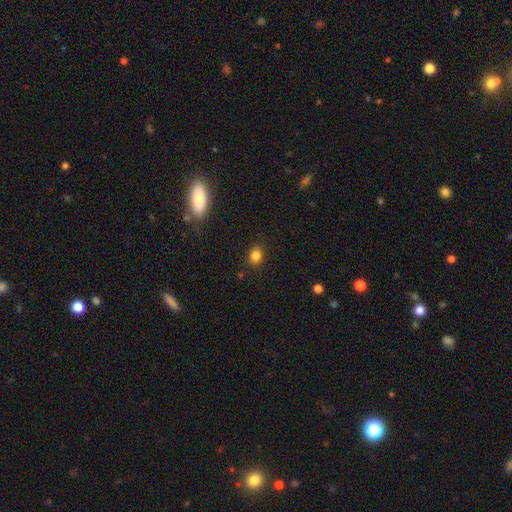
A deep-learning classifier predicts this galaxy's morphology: A smooth galaxy with no disk features (83%) that is round (50%).

Vote fractions:
- Smooth or featured? smooth: 83% / star or artifact: 12% / featured or disk: 5%
- How rounded? round: 50% / in between: 49% / cigar-shaped: 1%
- Merging? none: 87% / minor disturbance: 9% / major disturbance: 3% / merger: 2%